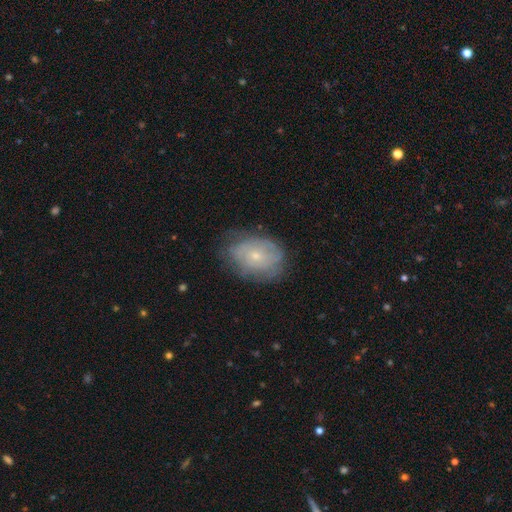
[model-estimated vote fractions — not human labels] Q: Smooth or featured?
A: featured or disk (46%); runner-up: smooth (45%)
Q: Merging?
A: none (68%); runner-up: minor disturbance (23%)